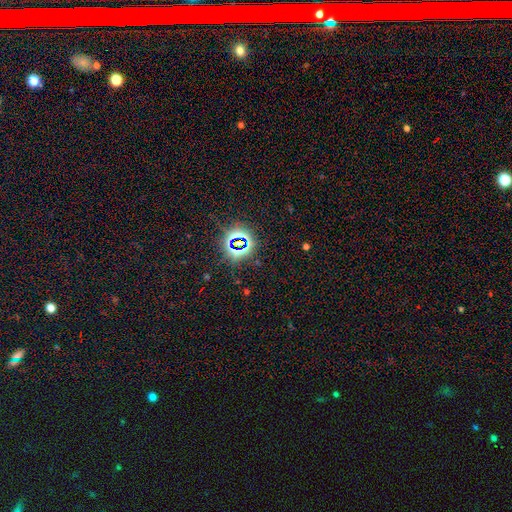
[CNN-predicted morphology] Q: Smooth or featured?
A: star or artifact (79%); runner-up: smooth (14%)